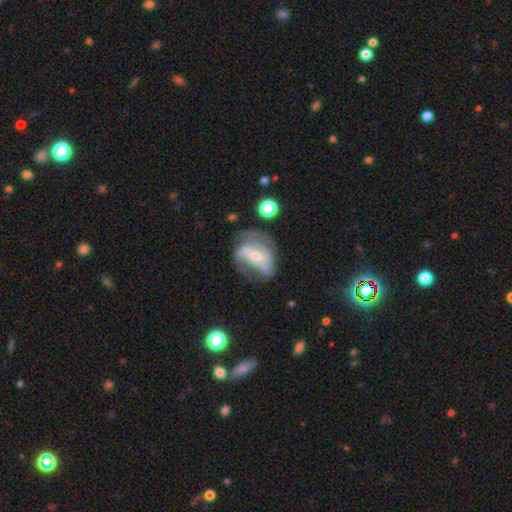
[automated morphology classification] A featured or disk galaxy (80%) with a weak bar (39%), 2 (58%) medium (44%) spiral arms (89%) and a small central bulge (61%).

Vote fractions:
- Smooth or featured? featured or disk: 80% / smooth: 13% / star or artifact: 7%
- Edge-on disk? no: 96% / yes: 4%
- Bar? weak: 39% / no: 33% / strong: 28%
- Spiral arms? yes: 89% / no: 11%
- Spiral winding? medium: 44% / loose: 34% / tight: 22%
- Spiral arm count? 2: 58% / can't tell: 17% / 3: 14% / 1: 6% / 4: 3% / more than 4: 2%
- Bulge size? small: 61% / moderate: 34% / none: 2% / large: 2% / dominant: 1%
- Merging? none: 49% / minor disturbance: 25% / major disturbance: 22% / merger: 4%